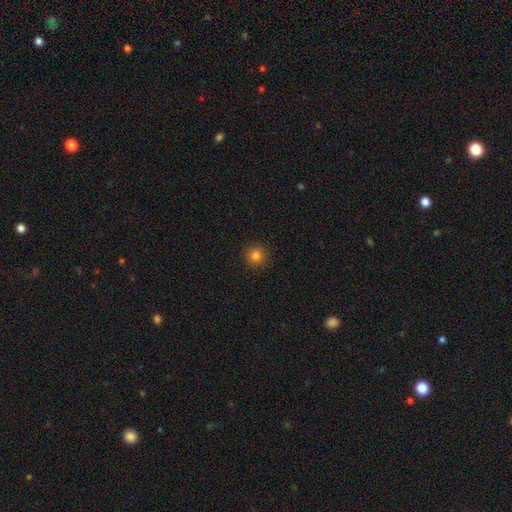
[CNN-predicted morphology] This is clearly a smooth galaxy (81%). How rounded: clearly round (95%). Merging: clearly none (92%).